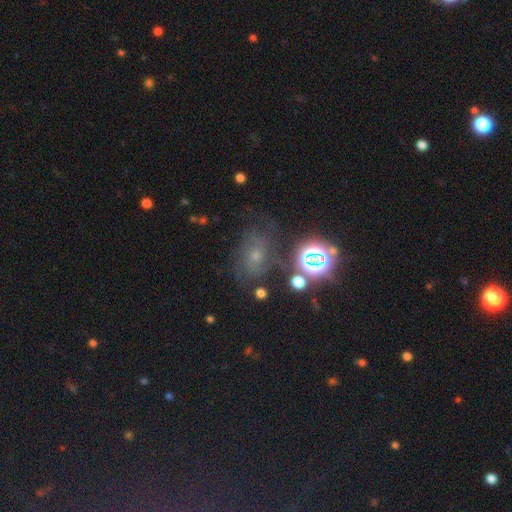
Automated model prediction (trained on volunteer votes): Smooth or featured? featured or disk (42%)
Merging? none (59%)